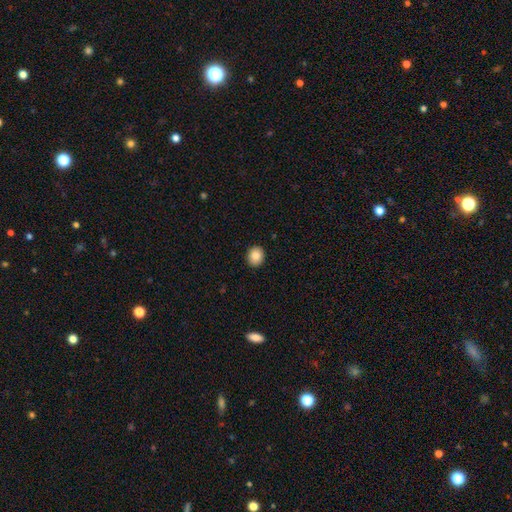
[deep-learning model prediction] Morphology: type=smooth (86%); roundness=round (69%); merging=none (91%).